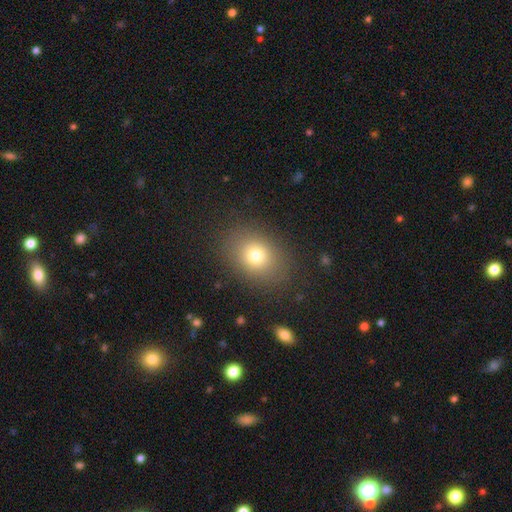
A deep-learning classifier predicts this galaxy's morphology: Smooth or featured? smooth (75%)
How rounded? in between (54%)
Merging? none (84%)